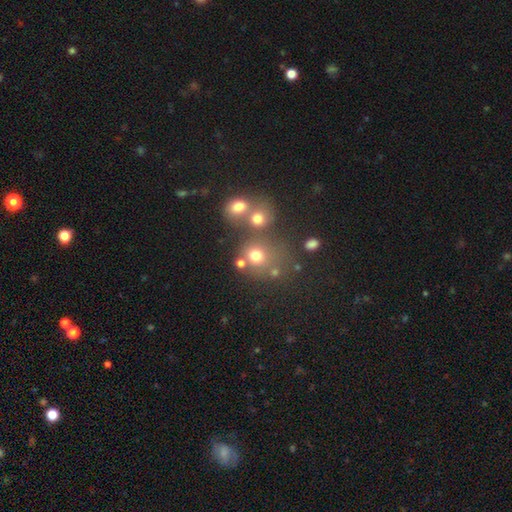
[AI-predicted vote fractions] This is likely a smooth galaxy (71%). How rounded: likely round (77%). Merging: possibly none (52%).